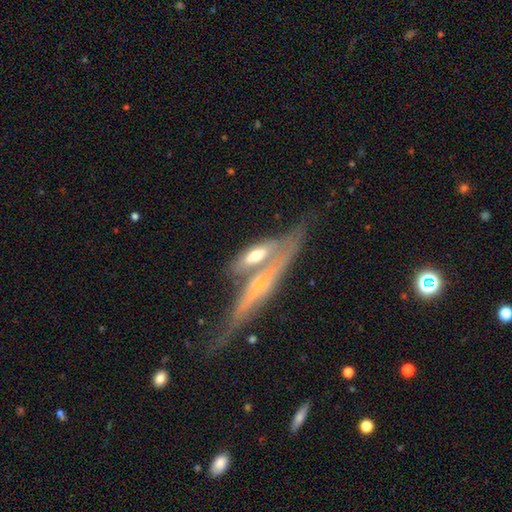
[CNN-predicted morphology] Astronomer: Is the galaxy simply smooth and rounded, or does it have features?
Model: featured or disk — 57% (runner-up: smooth, 36%).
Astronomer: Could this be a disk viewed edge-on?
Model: yes — 74%.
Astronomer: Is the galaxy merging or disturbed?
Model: none — 40% (runner-up: merger, 37%).